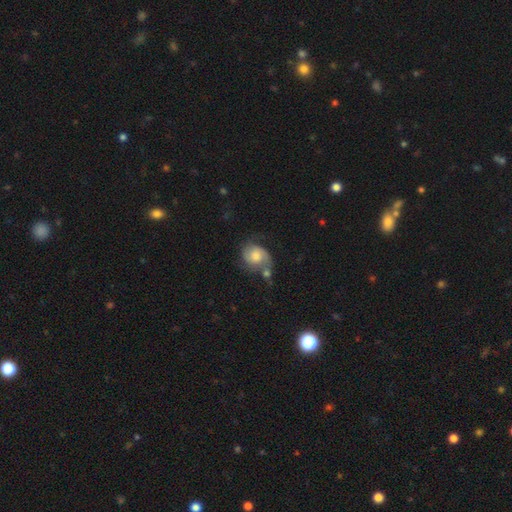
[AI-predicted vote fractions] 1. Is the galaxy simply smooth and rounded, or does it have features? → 56% featured or disk, 36% smooth, 8% star or artifact.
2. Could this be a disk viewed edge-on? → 97% no, 3% yes.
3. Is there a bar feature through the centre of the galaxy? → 73% no, 24% weak, 3% strong.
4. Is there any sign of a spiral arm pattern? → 87% yes, 13% no.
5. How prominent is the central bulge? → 49% moderate, 22% large, 19% small, 7% none, 3% dominant.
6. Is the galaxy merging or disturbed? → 41% none, 23% minor disturbance, 19% merger, 17% major disturbance.